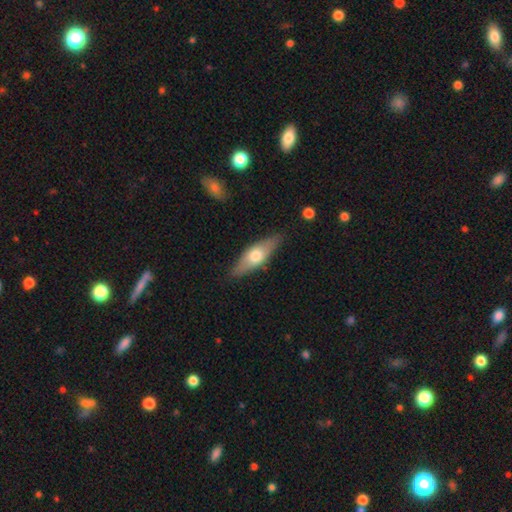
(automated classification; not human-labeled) Morphology: type=smooth (51%); roundness=in between (53%); merging=none (84%).